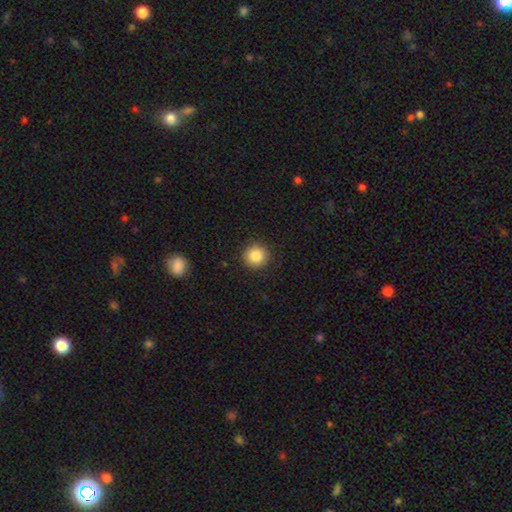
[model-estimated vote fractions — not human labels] smooth-or-featured: smooth: 85% | star or artifact: 9% | featured or disk: 5%
  how-rounded: round: 93% | in between: 6% | cigar-shaped: 1%
  merging: none: 90% | minor disturbance: 7% | major disturbance: 2% | merger: 1%